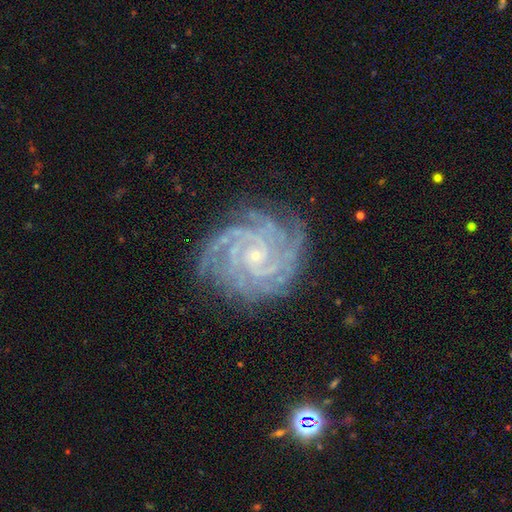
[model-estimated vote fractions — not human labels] featured or disk 90%, star or artifact 6%, smooth 4%. Down the decision tree: edge-on disk — no (98%); bar — no (71%); spiral arms — yes (98%); spiral arm count — 4 (26%); spiral winding — tight (79%); bulge size — small (84%); merging — none (79%).